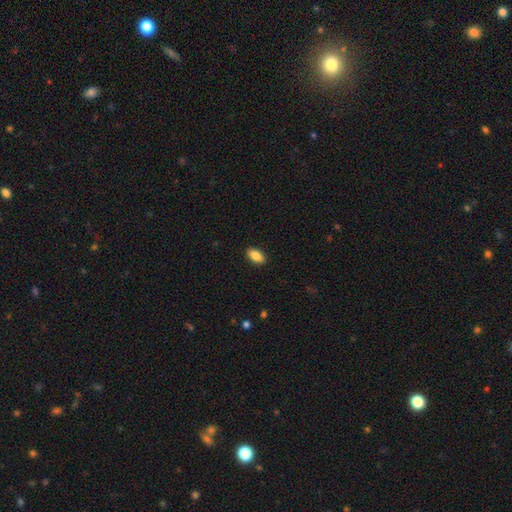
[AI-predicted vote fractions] Smooth or featured?
  - smooth: 87% *
  - star or artifact: 7%
  - featured or disk: 6%
How rounded?
  - in between: 92% *
  - cigar-shaped: 4%
  - round: 4%
Merging?
  - none: 90% *
  - minor disturbance: 7%
  - major disturbance: 2%
  - merger: 1%